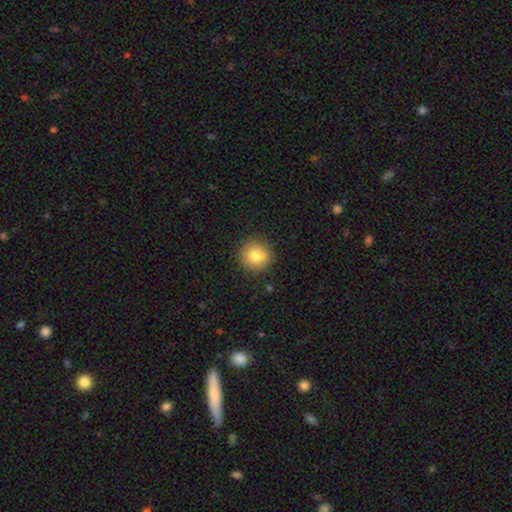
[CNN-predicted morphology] smooth-or-featured: smooth: 78% | featured or disk: 11% | star or artifact: 10%
  how-rounded: round: 93% | in between: 6% | cigar-shaped: 1%
  merging: none: 81% | minor disturbance: 10% | merger: 5% | major disturbance: 3%